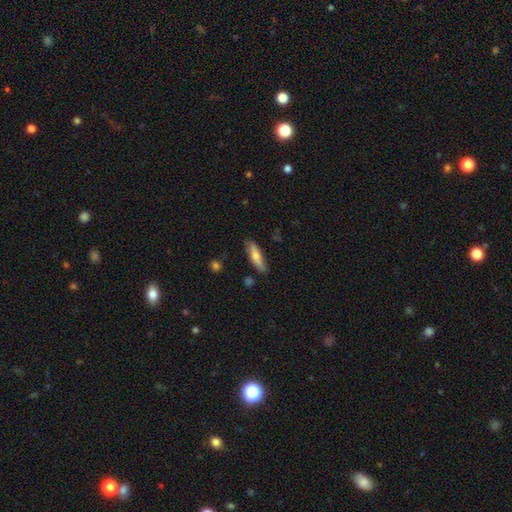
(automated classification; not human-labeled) This is likely a smooth galaxy (65%). How rounded: likely cigar-shaped (65%). Merging: clearly none (81%).